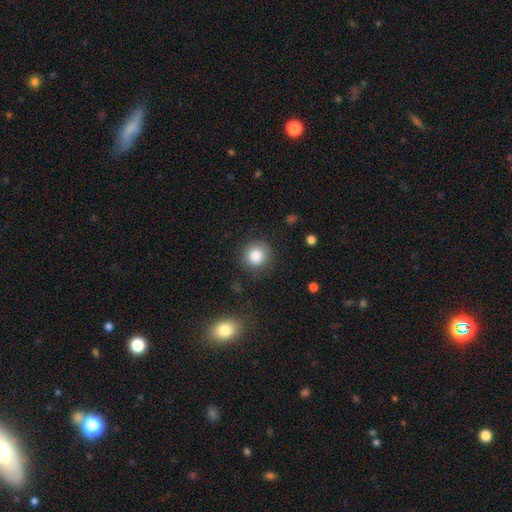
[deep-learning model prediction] The model was most divided on "smooth or featured": smooth: 85%, star or artifact: 10%, featured or disk: 5%. More confident: how rounded — round (93%); merging — none (85%).